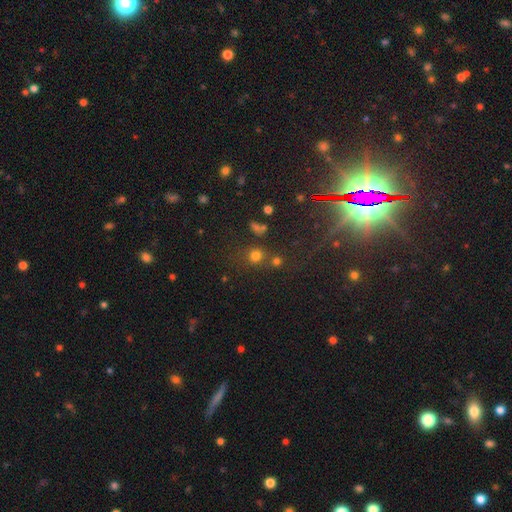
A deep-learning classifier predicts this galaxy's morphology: Smooth or featured? Predicted: smooth (p=0.71). How rounded? Predicted: round (p=0.85). Merging? Predicted: none (p=0.65).